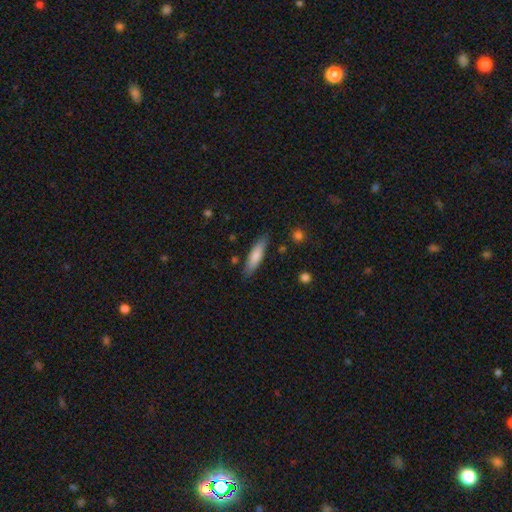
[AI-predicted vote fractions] The model was most divided on "how rounded": cigar-shaped: 71%, in between: 28%, round: 2%. More confident: merging — none (84%); smooth or featured — smooth (77%).